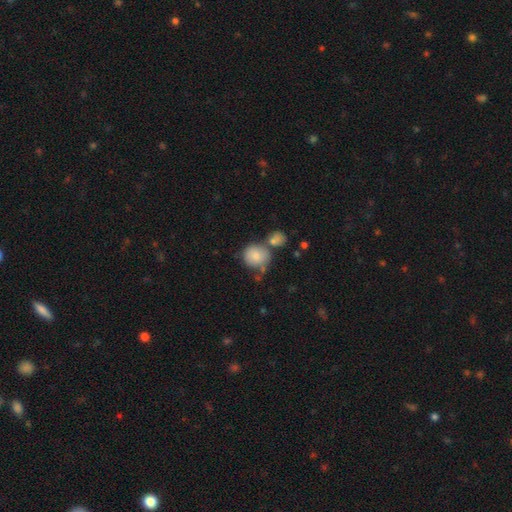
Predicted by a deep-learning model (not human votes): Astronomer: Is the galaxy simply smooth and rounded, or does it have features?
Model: smooth — 83%.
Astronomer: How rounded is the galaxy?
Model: round — 83%.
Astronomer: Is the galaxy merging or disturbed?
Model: none — 49% (runner-up: merger, 31%).